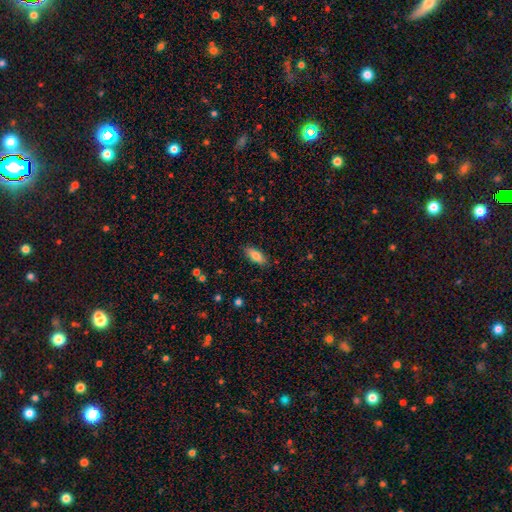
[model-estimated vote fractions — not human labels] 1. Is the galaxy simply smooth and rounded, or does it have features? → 83% smooth, 10% featured or disk, 7% star or artifact.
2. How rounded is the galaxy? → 79% in between, 19% cigar-shaped, 2% round.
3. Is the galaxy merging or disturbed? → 86% none, 11% minor disturbance, 2% major disturbance, 1% merger.